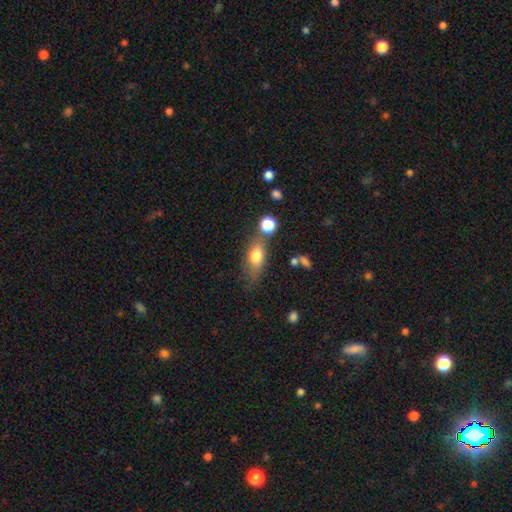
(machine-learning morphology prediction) This appears to be a smooth galaxy with no disk features (73%) that is in between round and cigar-shaped (75%). Merging: none (57%).